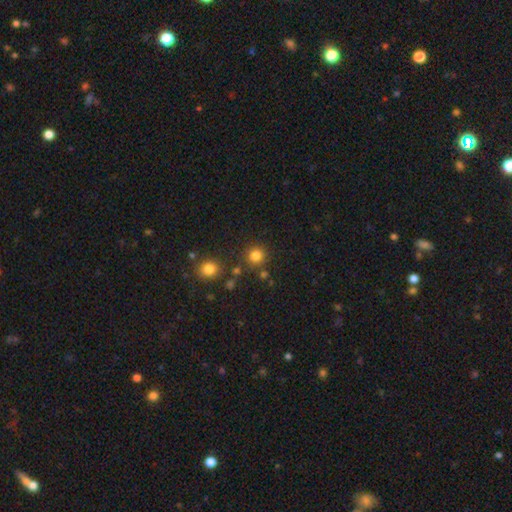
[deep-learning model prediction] smooth_or_featured: smooth (p=0.81) [alt: star or artifact p=0.14]
how_rounded: round (p=0.92) [alt: in between p=0.07]
merging: none (p=0.82) [alt: minor disturbance p=0.08]